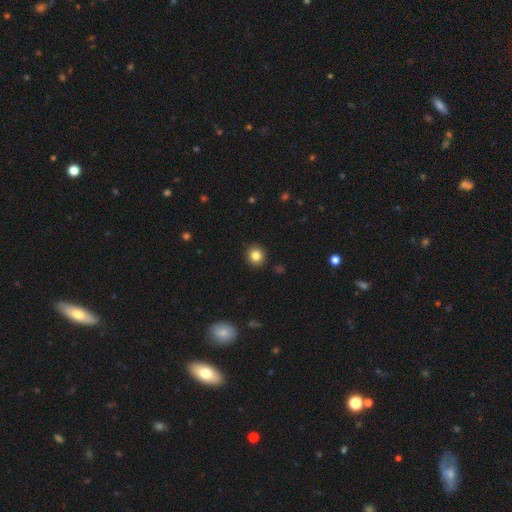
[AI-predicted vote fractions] smooth-or-featured: smooth: 83% | star or artifact: 11% | featured or disk: 6%
  how-rounded: round: 89% | in between: 10% | cigar-shaped: 1%
  merging: none: 92% | minor disturbance: 5% | major disturbance: 2% | merger: 1%